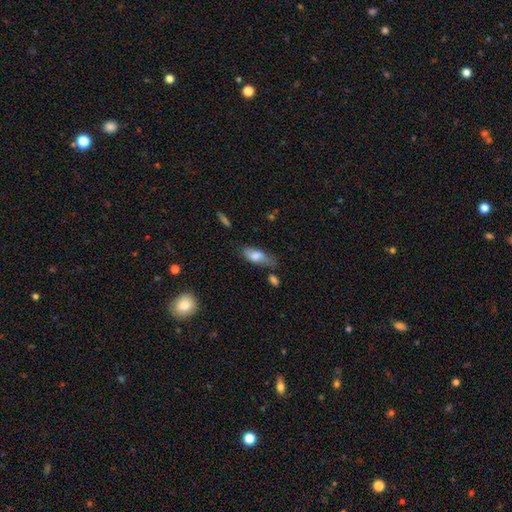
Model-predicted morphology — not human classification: type=smooth (75%); roundness=in between (78%); merging=none (49%).